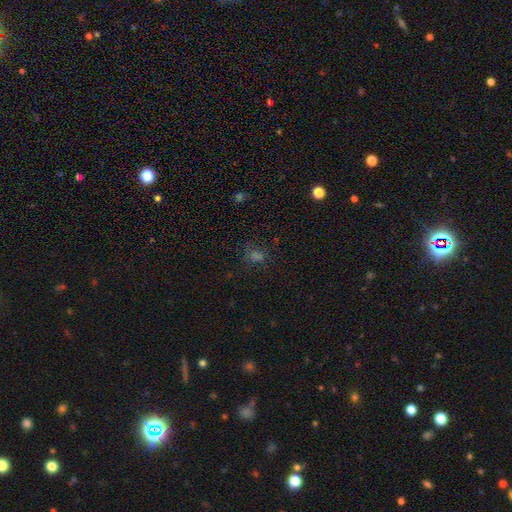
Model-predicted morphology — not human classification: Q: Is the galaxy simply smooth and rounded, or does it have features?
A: smooth — 49%.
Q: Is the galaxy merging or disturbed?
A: none — 65%.